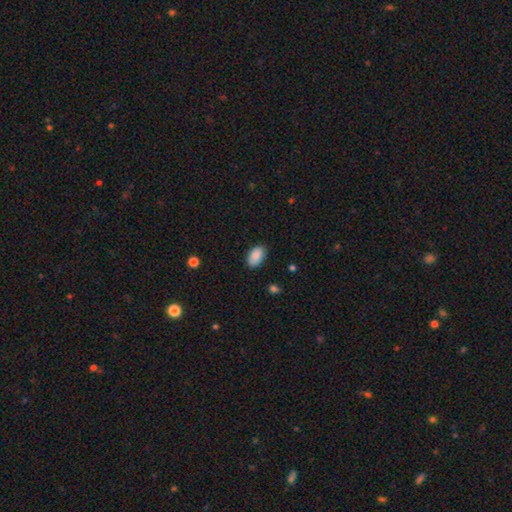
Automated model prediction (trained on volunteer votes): Overall: smooth (88%). How rounded: in between (93%). Merging: none (81%).